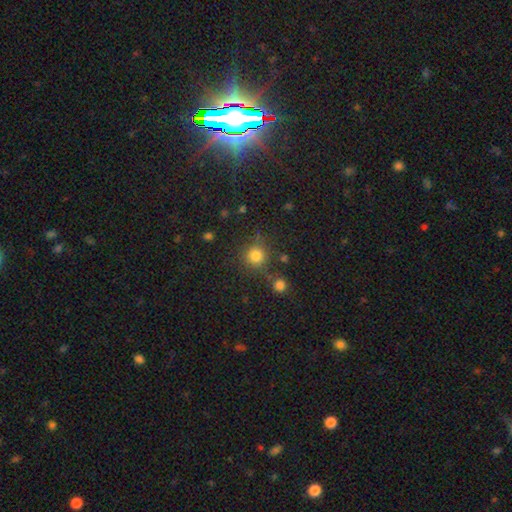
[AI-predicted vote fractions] Smooth or featured: smooth — 80% (star or artifact — 14%)
How rounded: round — 92% (in between — 7%)
Merging: none — 75% (minor disturbance — 11%)